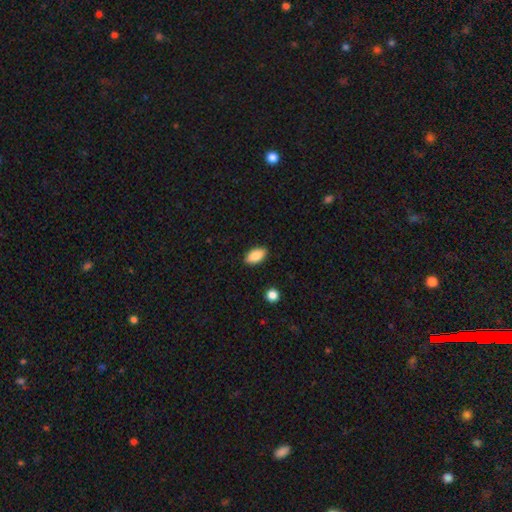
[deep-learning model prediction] smooth-or-featured: smooth: 85% | featured or disk: 7% | star or artifact: 7%
  how-rounded: in between: 92% | cigar-shaped: 4% | round: 4%
  merging: none: 88% | minor disturbance: 9% | major disturbance: 2% | merger: 1%